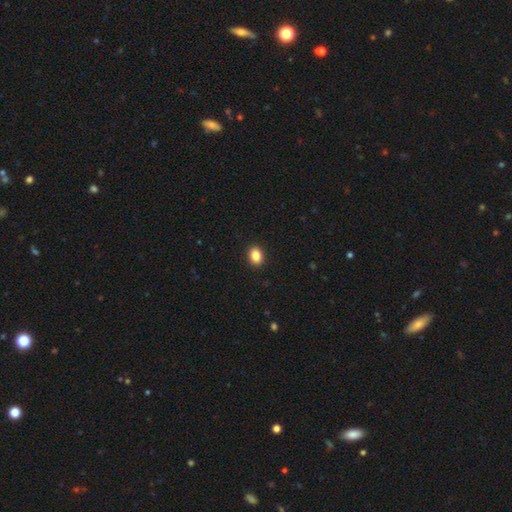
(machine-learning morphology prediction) smooth 86%, star or artifact 9%, featured or disk 5%. Down the decision tree: how rounded — in between (66%); merging — none (92%).